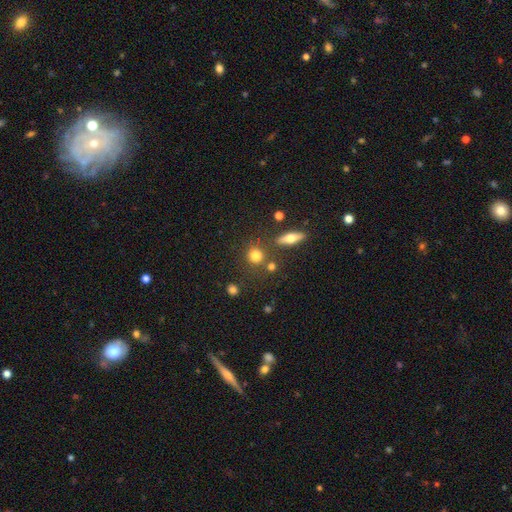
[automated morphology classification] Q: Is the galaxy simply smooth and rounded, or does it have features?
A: smooth — 77%.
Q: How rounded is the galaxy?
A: round — 82%.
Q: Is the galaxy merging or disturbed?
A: none — 73%.